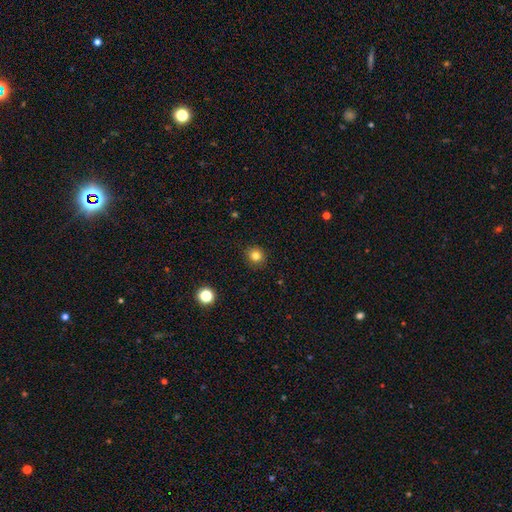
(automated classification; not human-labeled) Smooth or featured: smooth — 82% (star or artifact — 13%)
How rounded: round — 90% (in between — 9%)
Merging: none — 91% (minor disturbance — 6%)